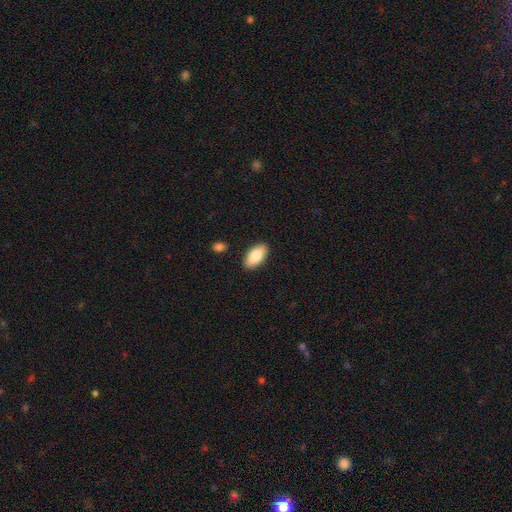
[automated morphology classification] smooth_or_featured: smooth (p=0.82) [alt: featured or disk p=0.12]
how_rounded: in between (p=0.92) [alt: cigar-shaped p=0.06]
merging: none (p=0.88) [alt: minor disturbance p=0.08]